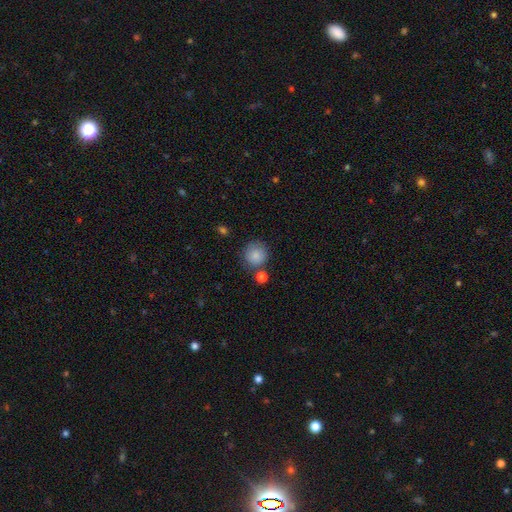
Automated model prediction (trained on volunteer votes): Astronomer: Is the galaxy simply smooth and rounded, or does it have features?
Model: smooth — 86%.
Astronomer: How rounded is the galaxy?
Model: round — 91%.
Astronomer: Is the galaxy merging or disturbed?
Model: none — 75%.